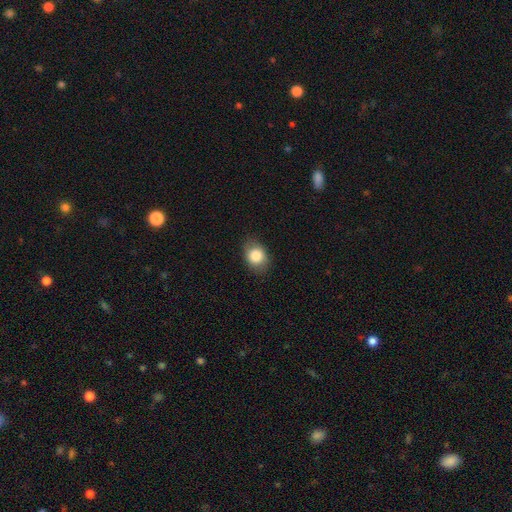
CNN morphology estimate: Smooth or featured? smooth (84%)
How rounded? in between (59%)
Merging? none (84%)